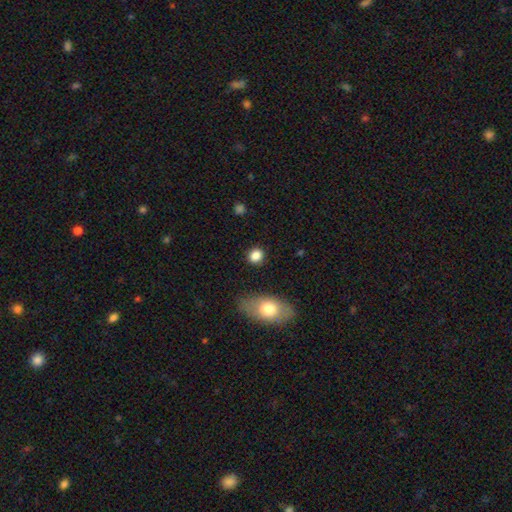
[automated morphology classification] The model was most divided on "how rounded": round: 79%, in between: 19%, cigar-shaped: 2%. More confident: merging — none (87%); smooth or featured — smooth (85%).